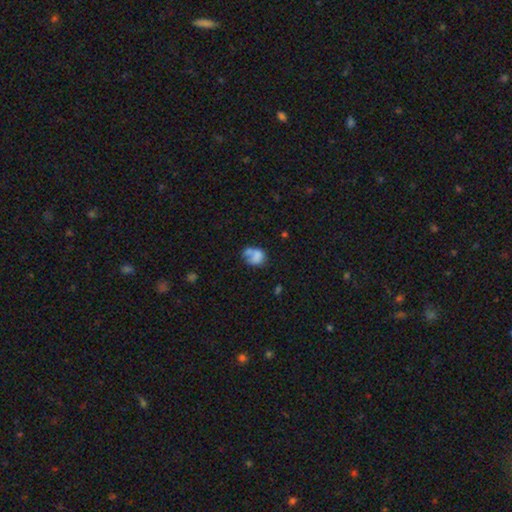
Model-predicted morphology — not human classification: Overall: smooth (67%). How rounded: in between (57%; round 42%). Merging: merger (37%; none 28%).